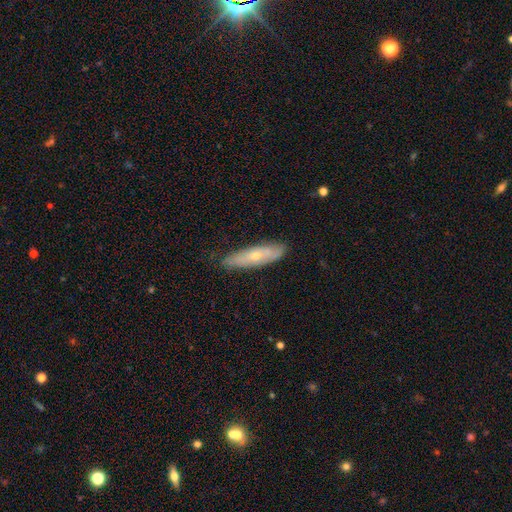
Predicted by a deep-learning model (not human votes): Morphology: type=featured or disk (50%); merging=none (79%).